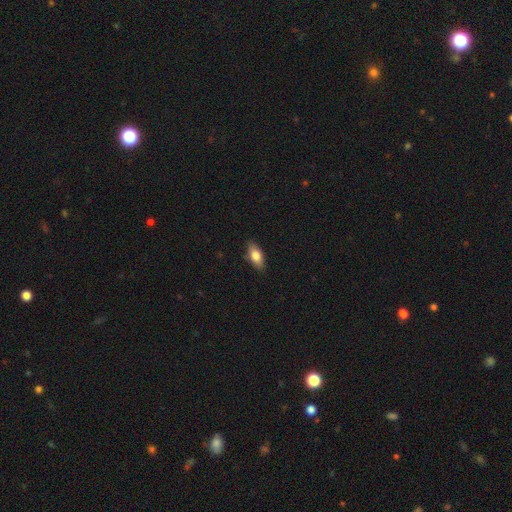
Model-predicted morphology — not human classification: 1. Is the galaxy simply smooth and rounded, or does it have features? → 78% smooth, 16% featured or disk, 6% star or artifact.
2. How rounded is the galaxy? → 86% in between, 11% cigar-shaped, 3% round.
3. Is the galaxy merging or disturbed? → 87% none, 10% minor disturbance, 2% major disturbance, 1% merger.